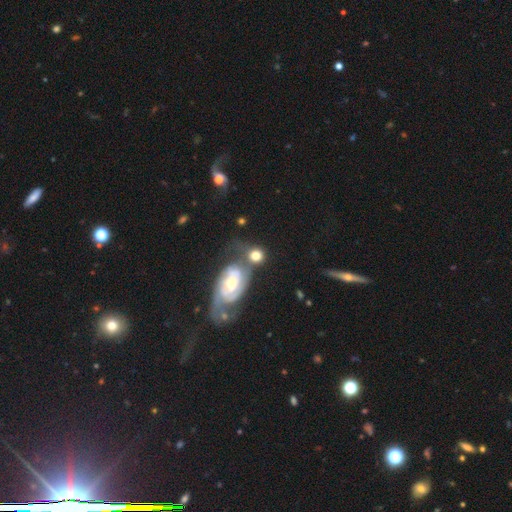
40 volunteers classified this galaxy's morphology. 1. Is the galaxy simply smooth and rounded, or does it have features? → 55% smooth, 42% featured or disk, 2% star or artifact.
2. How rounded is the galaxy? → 73% round, 27% in between, 0% cigar-shaped.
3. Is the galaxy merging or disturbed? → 36% none, 33% merger, 18% minor disturbance, 13% major disturbance.